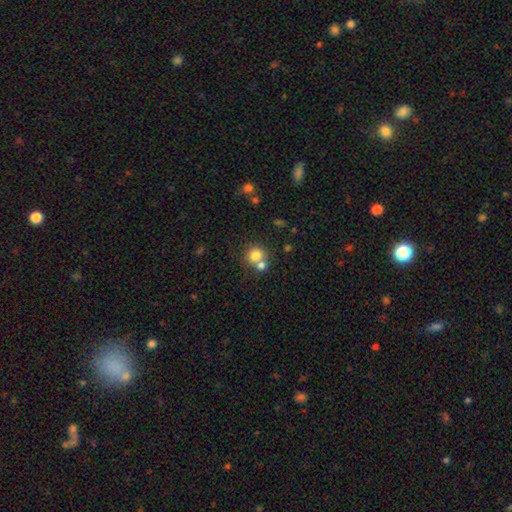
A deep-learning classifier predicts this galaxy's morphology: This appears to be a smooth galaxy with no disk features (77%) that is round (87%). Merging: none (47%).